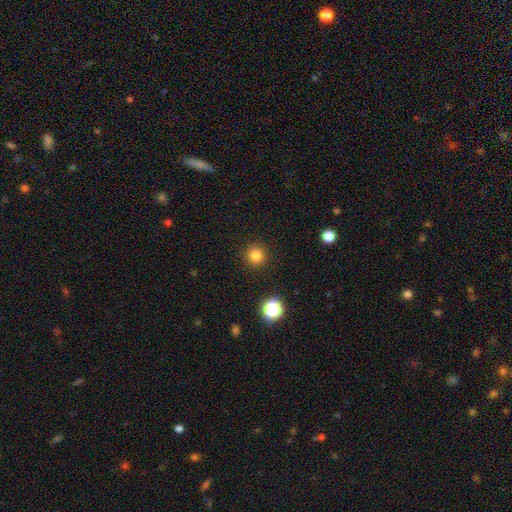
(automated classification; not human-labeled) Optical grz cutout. It shows a smooth galaxy with no disk features (81%) that is round (95%). Merging: none (92%).